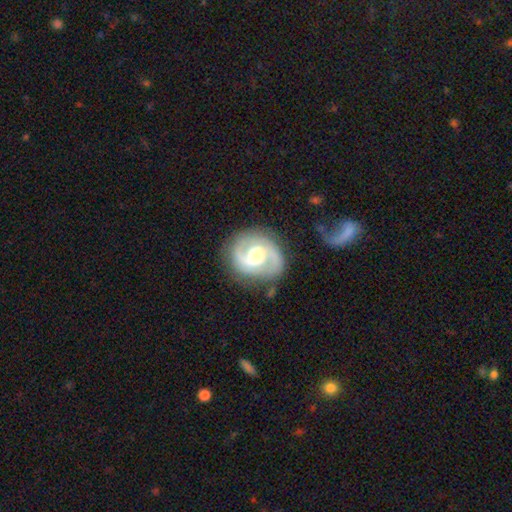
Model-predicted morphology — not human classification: Smooth or featured: featured or disk — 87% (smooth — 9%)
Edge-on disk: no — 98% (yes — 2%)
Bar: no — 49% (weak — 41%)
Spiral arms: yes — 96% (no — 4%)
Spiral winding: medium — 51% (tight — 35%)
Spiral arm count: 2 — 90% (can't tell — 4%)
Bulge size: moderate — 67% (small — 21%)
Merging: none — 78% (minor disturbance — 14%)